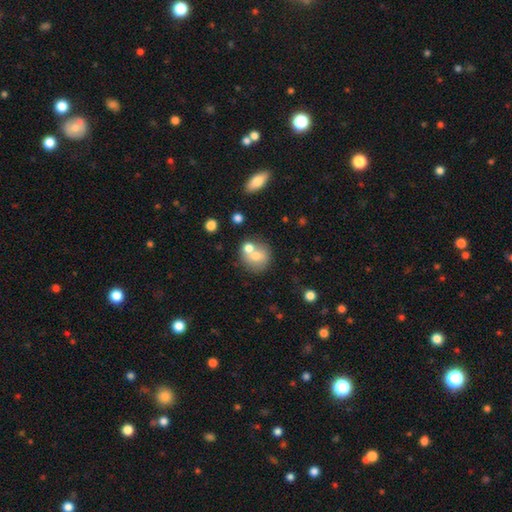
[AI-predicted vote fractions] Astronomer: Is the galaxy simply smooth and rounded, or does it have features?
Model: smooth — 69%.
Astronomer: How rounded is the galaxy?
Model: round — 82%.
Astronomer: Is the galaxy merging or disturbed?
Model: none — 46% (runner-up: merger, 39%).